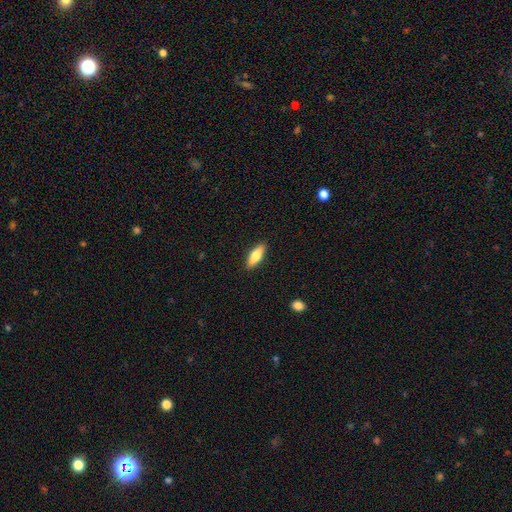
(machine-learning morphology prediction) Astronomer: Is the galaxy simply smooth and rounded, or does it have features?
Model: smooth — 73%.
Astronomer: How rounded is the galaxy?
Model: in between — 59% (runner-up: cigar-shaped, 39%).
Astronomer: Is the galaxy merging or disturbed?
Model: none — 90%.